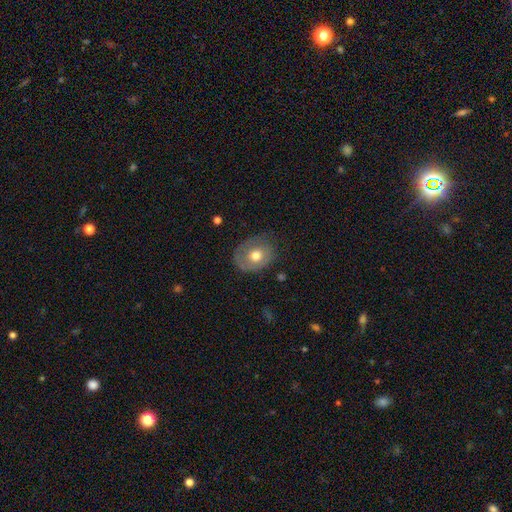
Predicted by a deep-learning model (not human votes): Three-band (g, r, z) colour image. It shows a smooth galaxy with no disk features (54%) that is round (50%, tied with in between). Merging: none (63%).